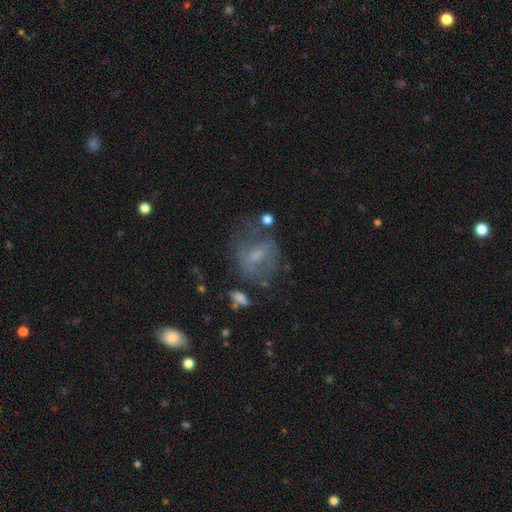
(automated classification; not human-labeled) smooth-or-featured: featured or disk: 49% | smooth: 37% | star or artifact: 14%
  merging: none: 51% | minor disturbance: 22% | major disturbance: 21% | merger: 5%